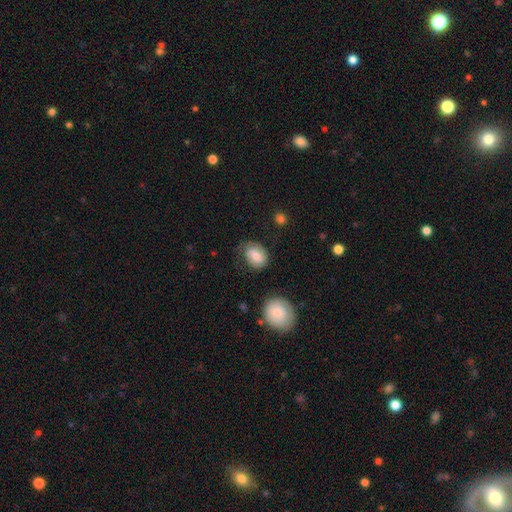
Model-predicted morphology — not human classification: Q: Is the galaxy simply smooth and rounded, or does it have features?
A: smooth — 66%.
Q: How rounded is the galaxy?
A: in between — 69%.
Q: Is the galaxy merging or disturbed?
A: none — 57%.